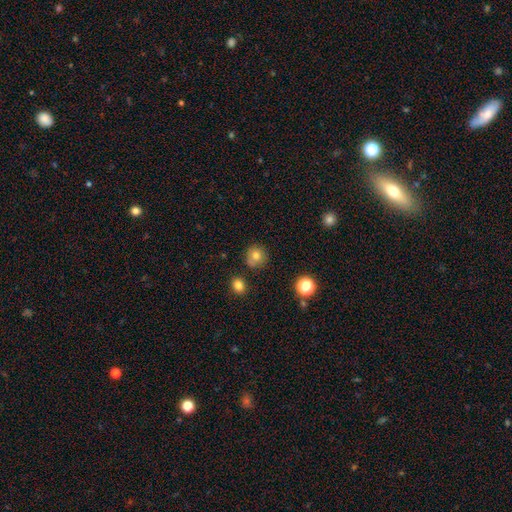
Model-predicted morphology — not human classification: Overall: smooth (77%). How rounded: round (90%). Merging: none (81%).